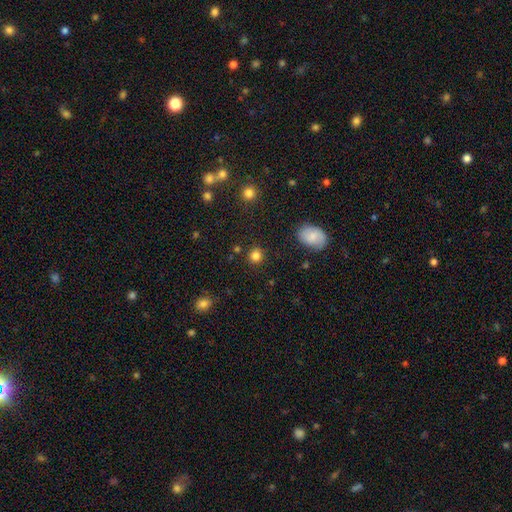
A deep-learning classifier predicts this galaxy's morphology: type=smooth (83%); roundness=round (87%); merging=none (87%).